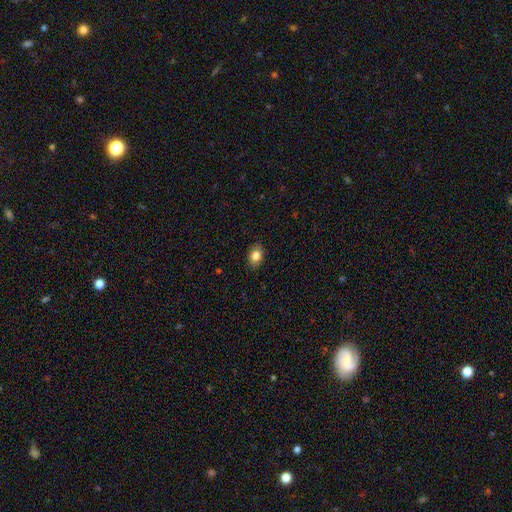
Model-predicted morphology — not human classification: This appears to be a smooth galaxy with no disk features (84%) that is in between round and cigar-shaped (75%). Merging: none (88%).